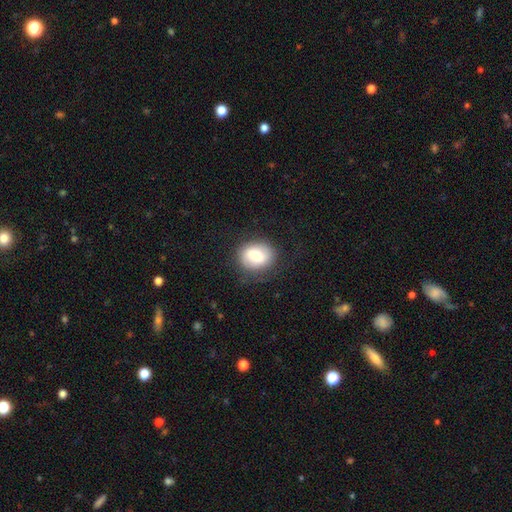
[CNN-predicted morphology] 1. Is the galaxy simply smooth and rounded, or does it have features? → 74% smooth, 19% featured or disk, 7% star or artifact.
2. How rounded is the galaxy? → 53% round, 46% in between, 1% cigar-shaped.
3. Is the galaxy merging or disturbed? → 76% none, 16% minor disturbance, 7% major disturbance, 1% merger.